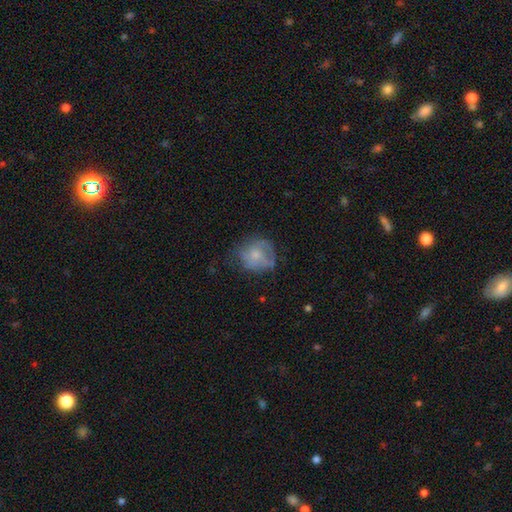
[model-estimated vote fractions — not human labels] A smooth galaxy with no disk features (56%) that is round (78%).

Vote fractions:
- Smooth or featured? smooth: 56% / featured or disk: 35% / star or artifact: 8%
- How rounded? round: 78% / in between: 21% / cigar-shaped: 1%
- Merging? none: 53% / minor disturbance: 28% / major disturbance: 17% / merger: 2%